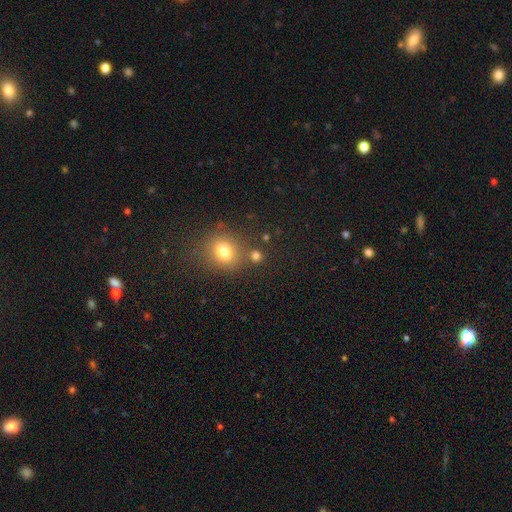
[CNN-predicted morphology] A smooth galaxy with no disk features (75%) that is round (84%). Merging: none (73%).